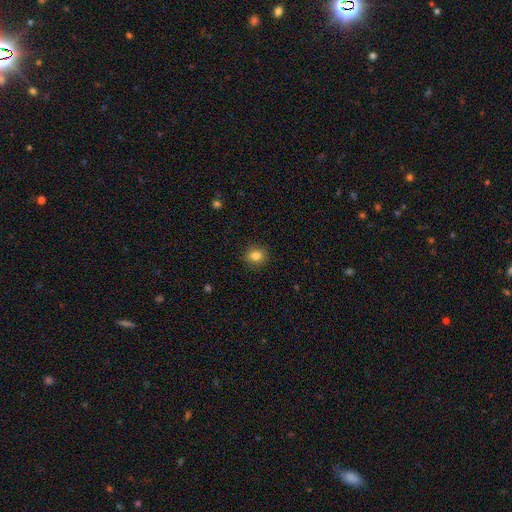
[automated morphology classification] The model was most divided on "how rounded": round: 75%, in between: 24%, cigar-shaped: 1%. More confident: merging — none (89%); smooth or featured — smooth (84%).